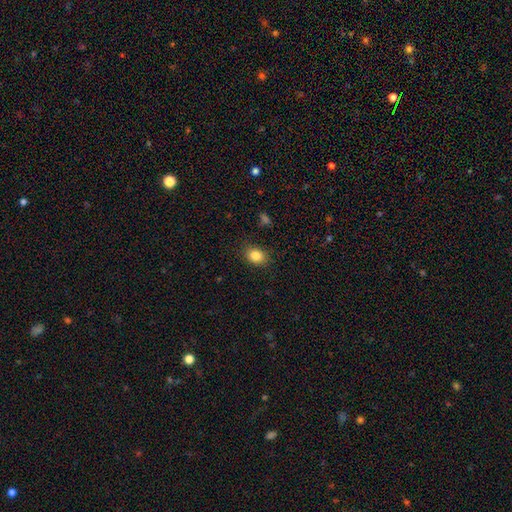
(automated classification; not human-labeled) Morphology: type=smooth (84%); roundness=in between (62%); merging=none (87%).